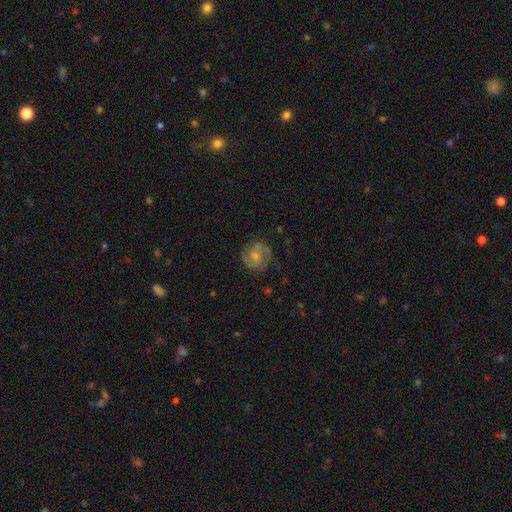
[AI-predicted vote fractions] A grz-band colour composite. It shows a featured or disk galaxy (69%) with no bar (61%), 2 (82%) medium (46%) spiral arms (92%) and a small central bulge (46%). Merging: none (76%).